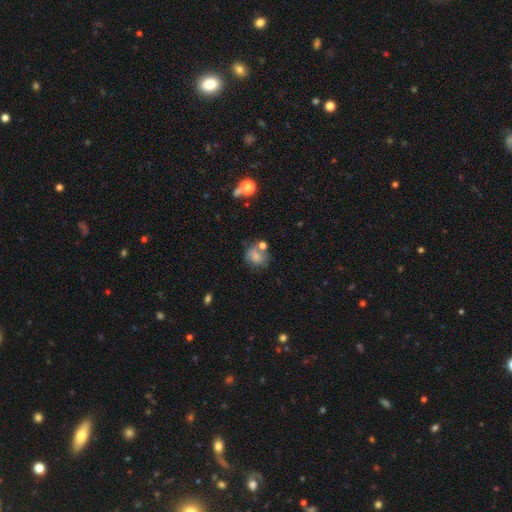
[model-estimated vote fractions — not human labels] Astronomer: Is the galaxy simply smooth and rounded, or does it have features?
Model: smooth — 69%.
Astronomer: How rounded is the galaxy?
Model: round — 56% (runner-up: in between, 43%).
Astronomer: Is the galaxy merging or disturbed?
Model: none — 45% (runner-up: minor disturbance, 21%).